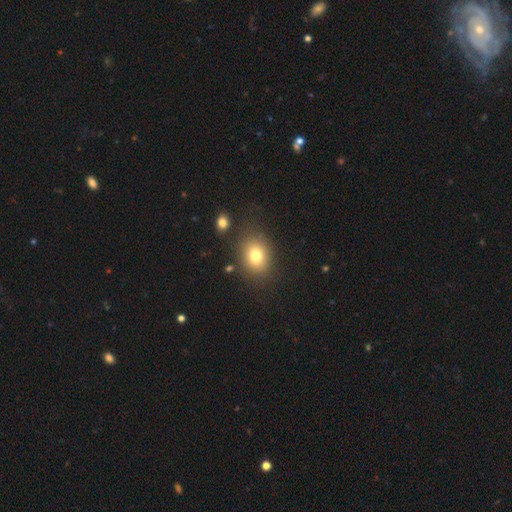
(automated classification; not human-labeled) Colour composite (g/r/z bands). It shows a smooth galaxy with no disk features (77%) that is in between round and cigar-shaped (51%). Merging: none (78%).